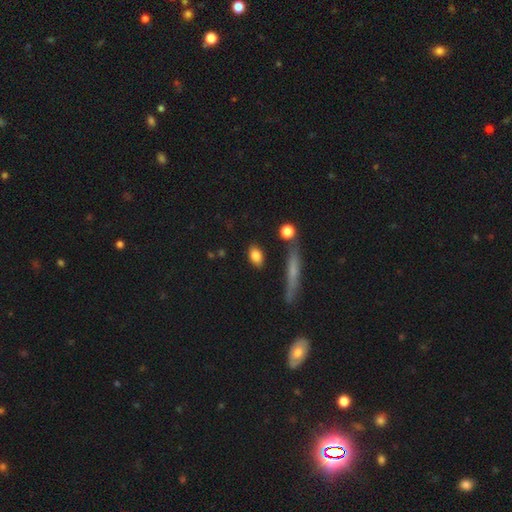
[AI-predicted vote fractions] Smooth or featured: smooth — 83% (featured or disk — 9%)
How rounded: in between — 79% (round — 13%)
Merging: none — 81% (minor disturbance — 11%)